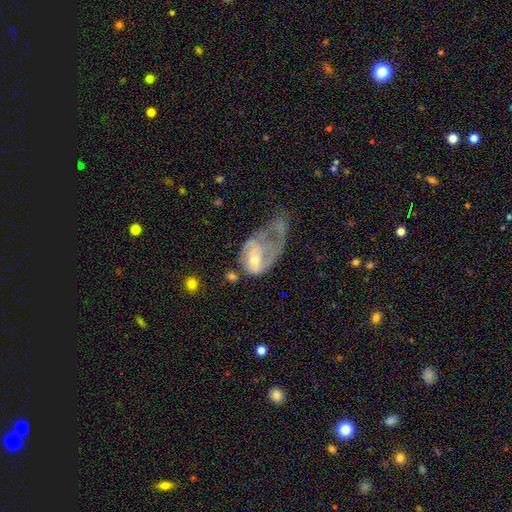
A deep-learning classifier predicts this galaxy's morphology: Q: Smooth or featured?
A: featured or disk (59%); runner-up: smooth (29%)
Q: Edge-on disk?
A: no (95%); runner-up: yes (5%)
Q: Bar?
A: no (74%); runner-up: weak (21%)
Q: Spiral arms?
A: no (51%); runner-up: yes (49%)
Q: Bulge size?
A: small (48%); runner-up: moderate (41%)
Q: Merging?
A: major disturbance (55%); runner-up: none (17%)